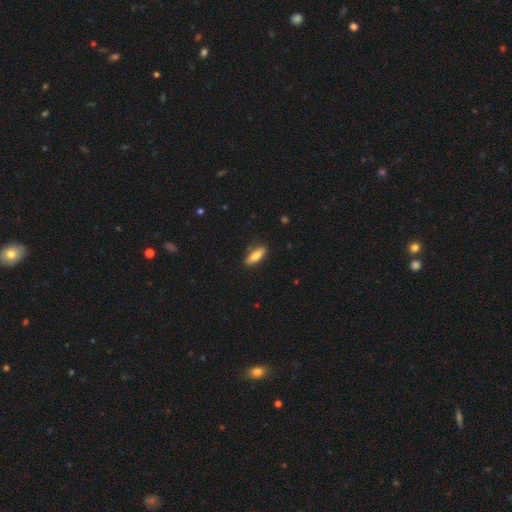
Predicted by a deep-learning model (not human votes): Smooth or featured? Predicted: smooth (p=0.74). How rounded? Predicted: in between (p=0.58). Merging? Predicted: none (p=0.85).